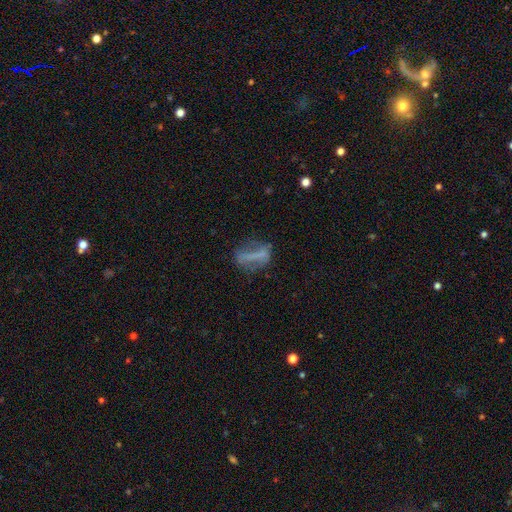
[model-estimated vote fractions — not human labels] Smooth or featured?
  - featured or disk: 46% *
  - smooth: 40%
  - star or artifact: 14%
Merging?
  - none: 55% *
  - minor disturbance: 21%
  - major disturbance: 19%
  - merger: 5%